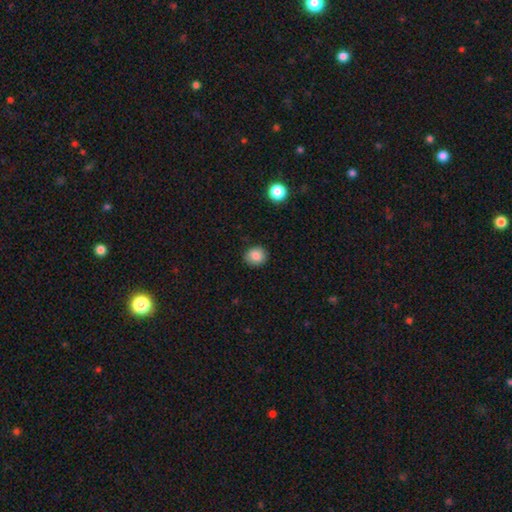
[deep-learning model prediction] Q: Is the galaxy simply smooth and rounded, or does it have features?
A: smooth — 85%.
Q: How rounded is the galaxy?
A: round — 80%.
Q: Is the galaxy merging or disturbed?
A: none — 88%.